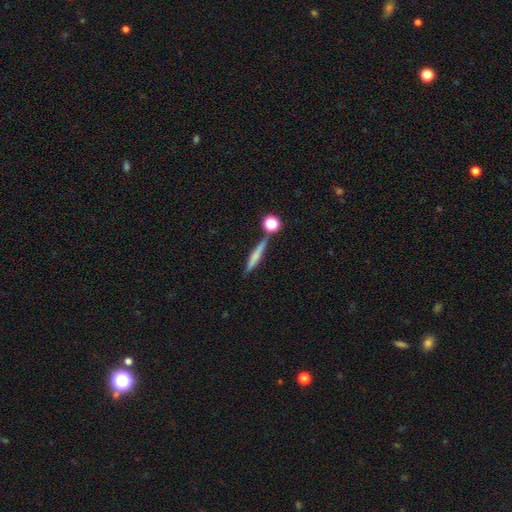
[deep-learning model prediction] This is possibly a smooth galaxy (59%). How rounded: clearly cigar-shaped (84%). Merging: likely none (74%).